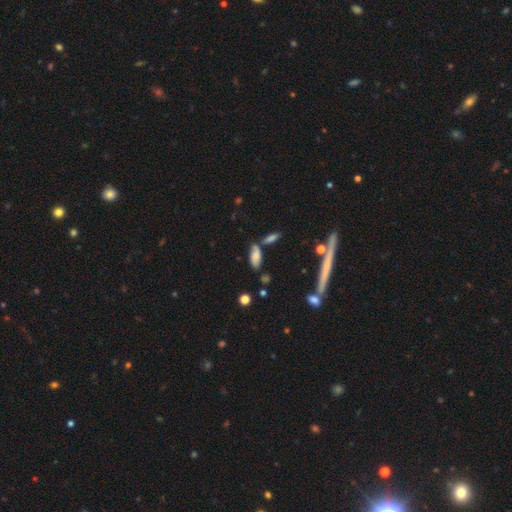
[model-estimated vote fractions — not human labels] Q: Smooth or featured?
A: smooth (70%); runner-up: featured or disk (21%)
Q: How rounded?
A: in between (76%); runner-up: cigar-shaped (21%)
Q: Merging?
A: none (64%); runner-up: minor disturbance (19%)